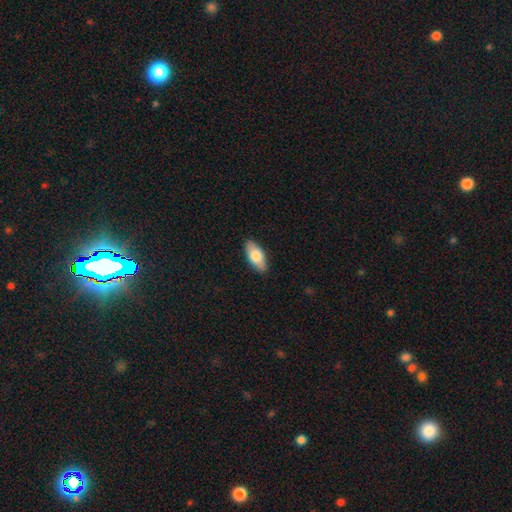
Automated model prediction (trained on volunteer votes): A smooth galaxy with no disk features (76%) that is in between round and cigar-shaped (88%).

Vote fractions:
- Smooth or featured? smooth: 76% / featured or disk: 19% / star or artifact: 6%
- How rounded? in between: 88% / cigar-shaped: 9% / round: 3%
- Merging? none: 87% / minor disturbance: 10% / major disturbance: 2% / merger: 1%